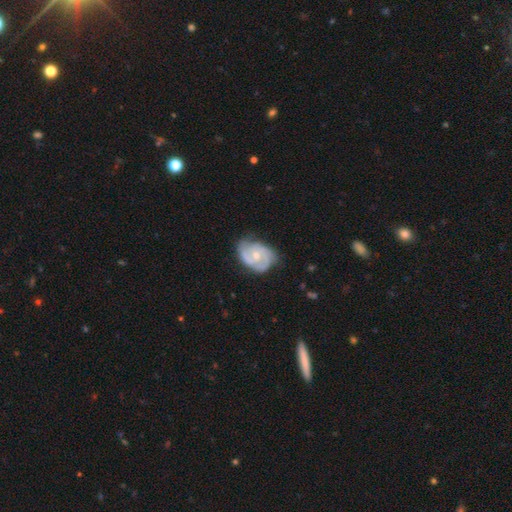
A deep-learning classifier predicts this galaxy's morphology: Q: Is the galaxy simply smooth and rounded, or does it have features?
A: featured or disk — 75%.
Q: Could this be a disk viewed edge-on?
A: no — 97%.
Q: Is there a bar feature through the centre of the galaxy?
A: no — 70%.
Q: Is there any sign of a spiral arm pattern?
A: yes — 88%.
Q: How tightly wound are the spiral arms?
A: tight — 46%.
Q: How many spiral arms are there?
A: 2 — 48%.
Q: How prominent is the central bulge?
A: moderate — 51%.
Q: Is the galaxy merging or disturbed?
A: none — 58%.